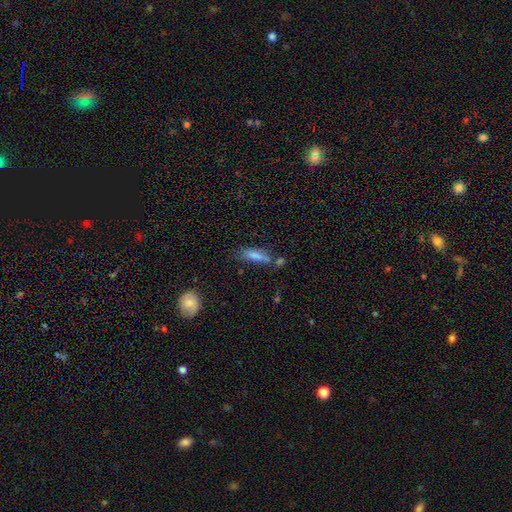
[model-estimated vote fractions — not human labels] Smooth or featured?
  - smooth: 77% *
  - featured or disk: 14%
  - star or artifact: 9%
How rounded?
  - cigar-shaped: 52% *
  - in between: 46%
  - round: 2%
Merging?
  - none: 49% *
  - minor disturbance: 24%
  - merger: 17%
  - major disturbance: 9%